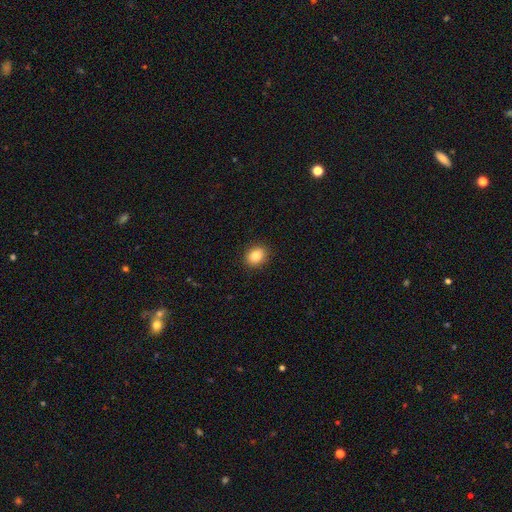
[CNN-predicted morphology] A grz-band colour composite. It shows a smooth galaxy with no disk features (86%) that is round (51%). Merging: none (90%).